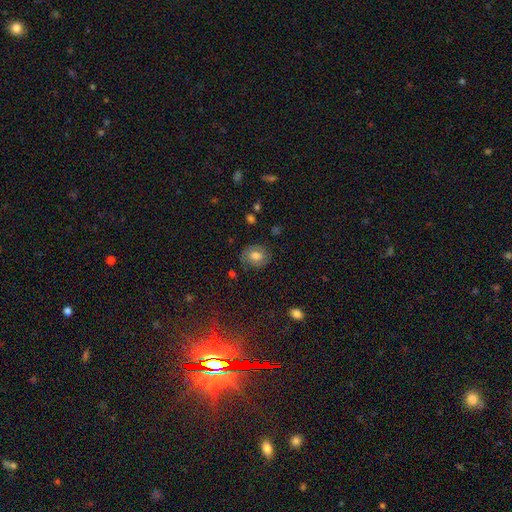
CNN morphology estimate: smooth_or_featured: smooth (p=0.64) [alt: featured or disk p=0.25]
how_rounded: round (p=0.65) [alt: in between p=0.34]
merging: none (p=0.79) [alt: minor disturbance p=0.15]